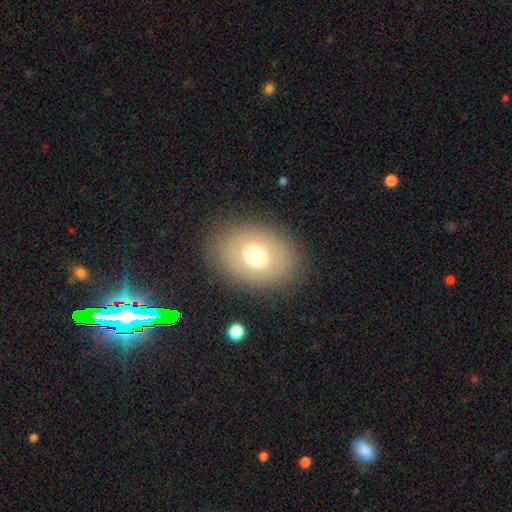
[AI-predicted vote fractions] Smooth or featured? Predicted: smooth (p=0.66). How rounded? Predicted: in between (p=0.63). Merging? Predicted: none (p=0.85).